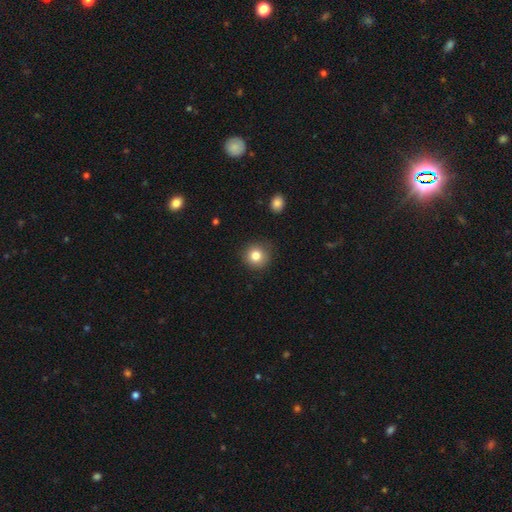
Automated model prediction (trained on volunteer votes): This appears to be a smooth galaxy with no disk features (82%) that is round (92%). Merging: none (87%).